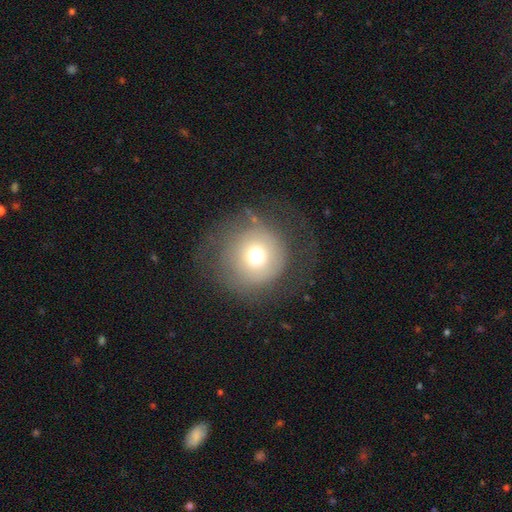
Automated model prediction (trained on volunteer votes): Smooth or featured? smooth (65%)
How rounded? round (94%)
Merging? none (57%)